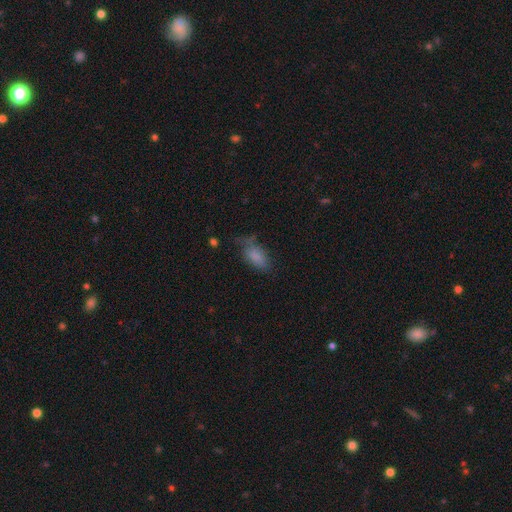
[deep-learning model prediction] smooth_or_featured: smooth (p=0.80) [alt: featured or disk p=0.11]
how_rounded: in between (p=0.87) [alt: cigar-shaped p=0.10]
merging: none (p=0.47) [alt: minor disturbance p=0.33]